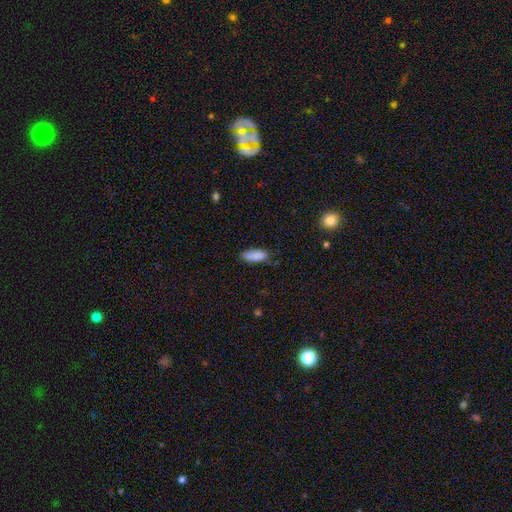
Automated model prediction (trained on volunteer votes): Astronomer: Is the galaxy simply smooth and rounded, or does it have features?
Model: smooth — 89%.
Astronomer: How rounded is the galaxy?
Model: in between — 72%.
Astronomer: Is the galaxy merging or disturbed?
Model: none — 74%.